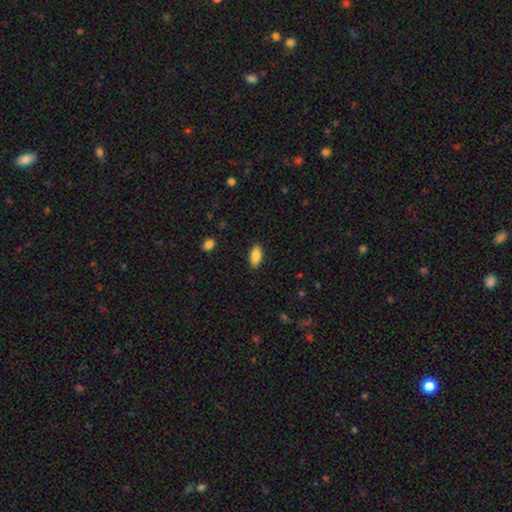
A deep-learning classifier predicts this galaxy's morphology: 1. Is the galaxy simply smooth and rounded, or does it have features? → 88% smooth, 7% star or artifact, 5% featured or disk.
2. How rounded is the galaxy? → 87% in between, 11% cigar-shaped, 2% round.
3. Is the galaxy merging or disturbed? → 88% none, 9% minor disturbance, 2% major disturbance, 1% merger.